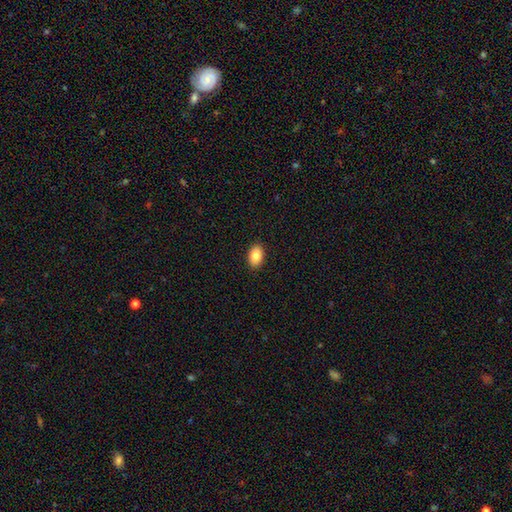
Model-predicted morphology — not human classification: This appears to be a smooth galaxy with no disk features (83%) that is in between round and cigar-shaped (88%). Merging: none (91%).